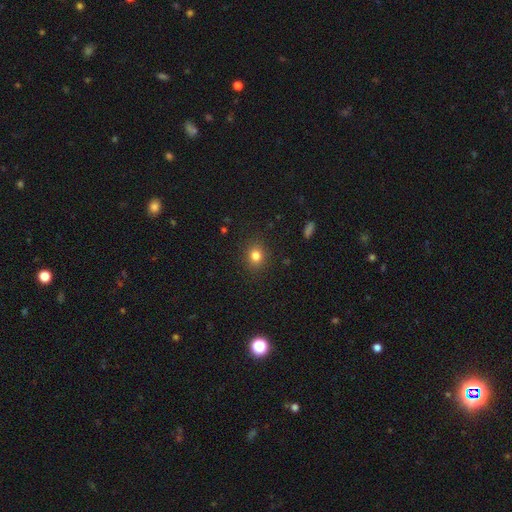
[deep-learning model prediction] The model was most divided on "how rounded": round: 73%, in between: 26%, cigar-shaped: 1%. More confident: merging — none (89%); smooth or featured — smooth (81%).